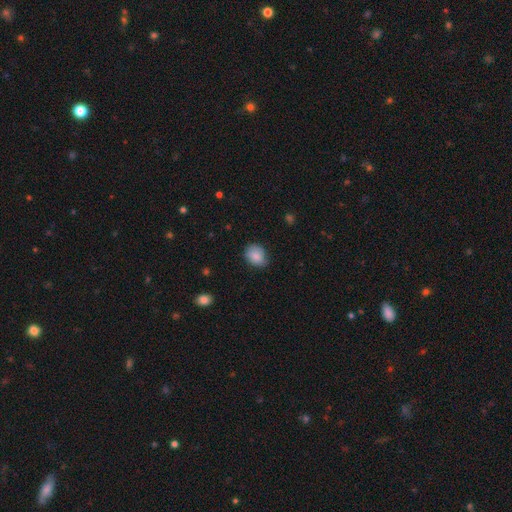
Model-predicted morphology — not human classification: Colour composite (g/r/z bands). It shows a smooth galaxy with no disk features (85%) that is in between round and cigar-shaped (52%). Merging: none (74%).